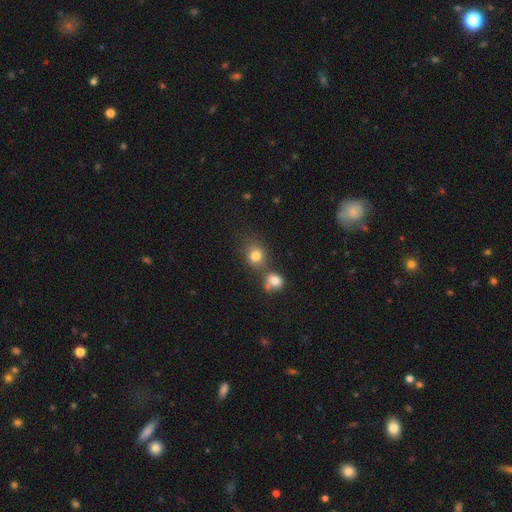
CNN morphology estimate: The model was most divided on "merging": none: 53%, merger: 31%, minor disturbance: 11%, major disturbance: 5%. More confident: smooth or featured — smooth (81%); how rounded — round (76%).